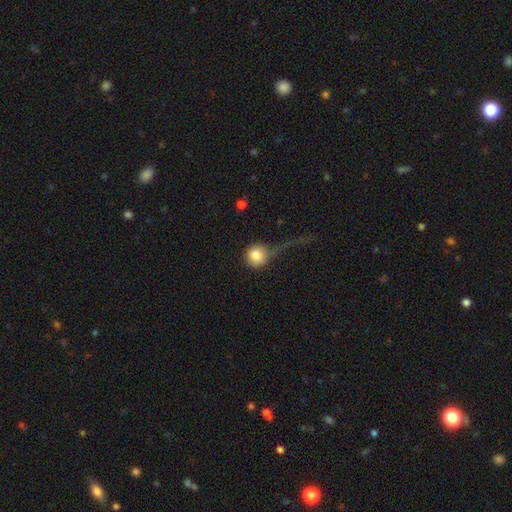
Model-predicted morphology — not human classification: Q: Smooth or featured?
A: smooth (80%); runner-up: featured or disk (12%)
Q: How rounded?
A: round (91%); runner-up: in between (7%)
Q: Merging?
A: major disturbance (43%); runner-up: none (32%)